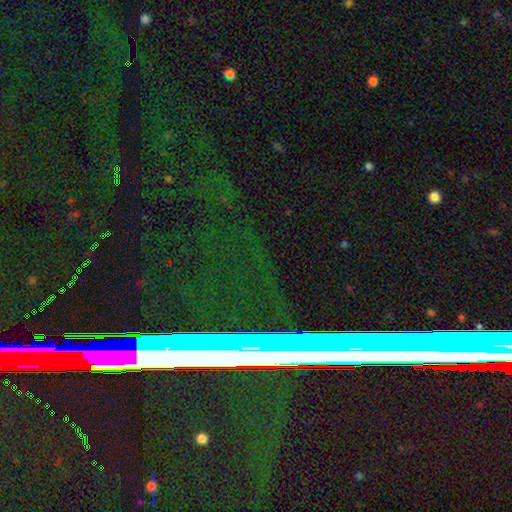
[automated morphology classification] This is likely a star or artifact rather than a galaxy (69%).